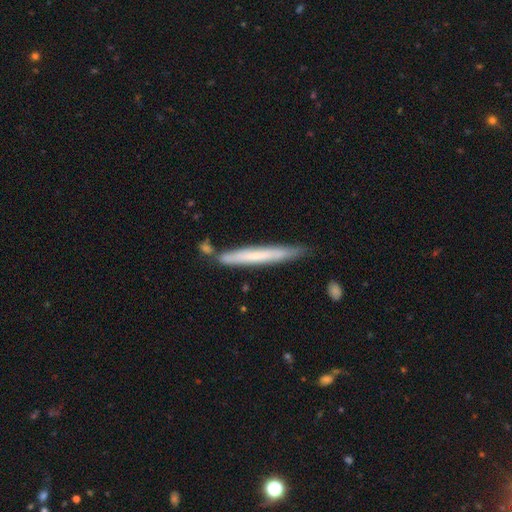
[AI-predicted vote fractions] smooth-or-featured: smooth: 56% | featured or disk: 38% | star or artifact: 6%
  how-rounded: cigar-shaped: 97% | in between: 2% | round: 1%
  merging: none: 77% | minor disturbance: 14% | merger: 7% | major disturbance: 2%